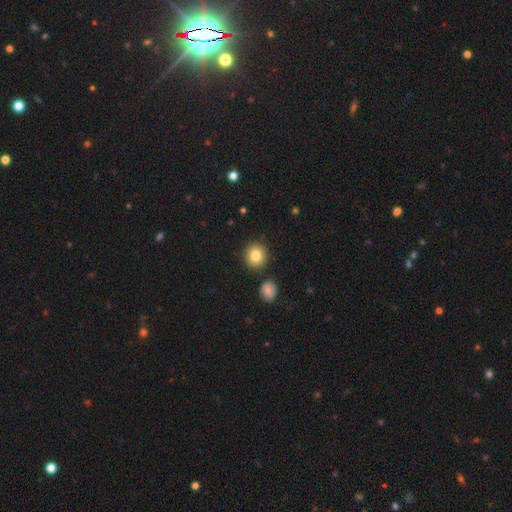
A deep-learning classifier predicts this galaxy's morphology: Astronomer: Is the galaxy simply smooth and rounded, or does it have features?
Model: smooth — 82%.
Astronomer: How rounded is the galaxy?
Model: round — 91%.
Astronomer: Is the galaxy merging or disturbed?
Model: none — 87%.